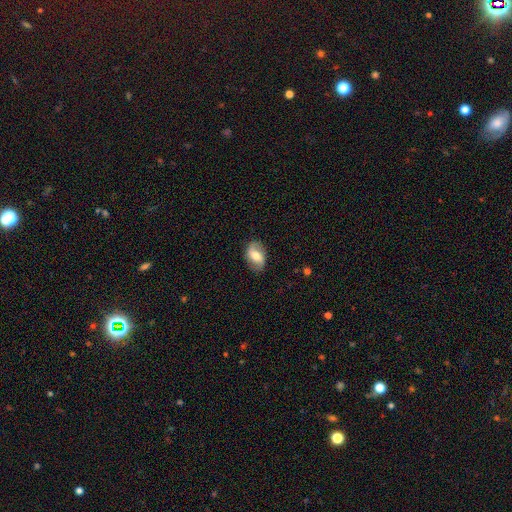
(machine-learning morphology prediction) Smooth or featured: featured or disk — 54% (smooth — 39%)
Edge-on disk: no — 95% (yes — 5%)
Bar: weak — 42% (no — 31%)
Spiral arms: yes — 78% (no — 22%)
Bulge size: moderate — 65% (small — 16%)
Merging: none — 81% (minor disturbance — 14%)